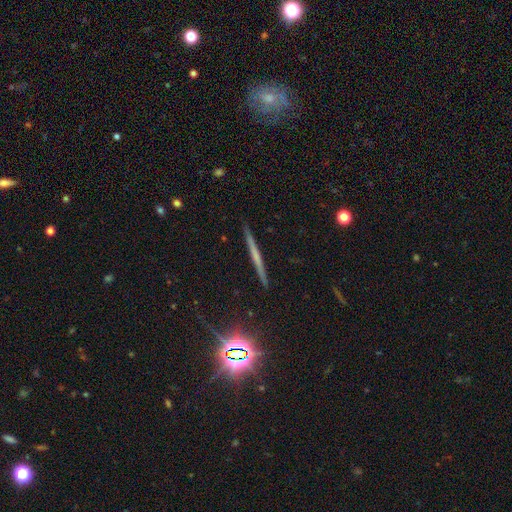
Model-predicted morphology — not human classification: Smooth or featured?
  - featured or disk: 51% *
  - smooth: 33%
  - star or artifact: 16%
Edge-on disk?
  - yes: 97% *
  - no: 3%
Merging?
  - none: 91% *
  - minor disturbance: 6%
  - major disturbance: 1%
  - merger: 1%